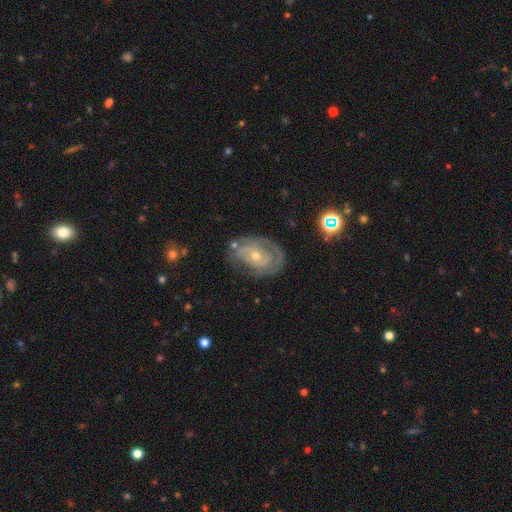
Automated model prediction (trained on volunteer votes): smooth-or-featured: featured or disk: 81% | smooth: 12% | star or artifact: 7%
  disk-edge-on: no: 96% | yes: 4%
    bar: no: 70% | weak: 23% | strong: 7%
    has-spiral-arms: yes: 82% | no: 18%
      spiral-winding: tight: 69% | medium: 23% | loose: 8%
      spiral-arm-count: can't tell: 38% | 2: 36% | 1: 11% | 3: 9% | 4: 3% | more than 4: 3%
    bulge-size: small: 58% | moderate: 39% | large: 1% | none: 1% | dominant: 1%
  merging: none: 65% | minor disturbance: 21% | major disturbance: 11% | merger: 3%